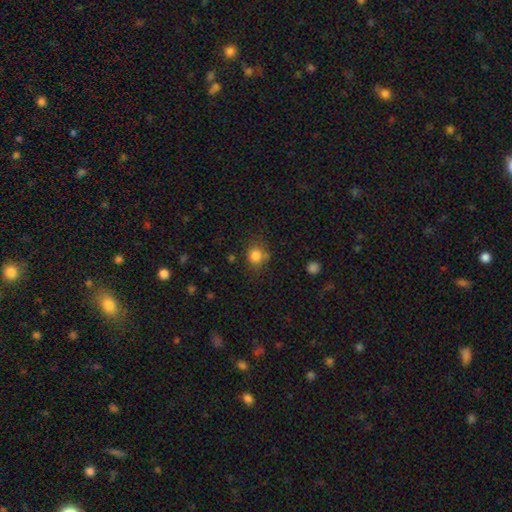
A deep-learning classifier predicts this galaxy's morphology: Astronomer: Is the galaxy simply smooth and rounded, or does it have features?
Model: smooth — 83%.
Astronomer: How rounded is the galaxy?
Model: round — 76%.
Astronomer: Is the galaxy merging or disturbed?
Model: none — 68%.